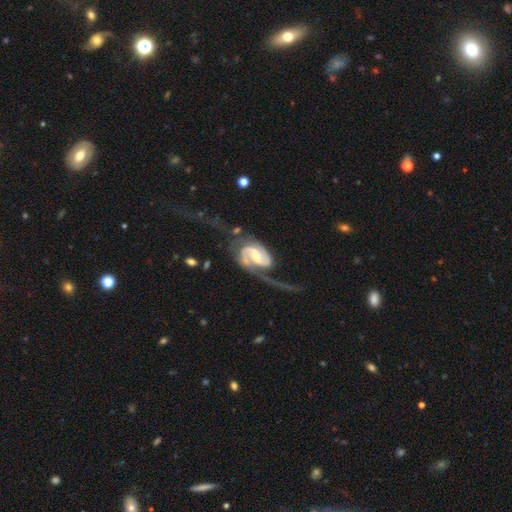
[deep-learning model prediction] smooth-or-featured: featured or disk: 90% | smooth: 5% | star or artifact: 4%
  disk-edge-on: no: 98% | yes: 2%
    bar: weak: 46% | strong: 31% | no: 23%
    has-spiral-arms: yes: 97% | no: 3%
      spiral-winding: medium: 44% | loose: 30% | tight: 26%
      spiral-arm-count: 2: 85% | 1: 8% | can't tell: 3% | 3: 2% | 4: 1% | more than 4: 1%
    bulge-size: moderate: 41% | small: 32% | large: 12% | none: 12% | dominant: 2%
  merging: major disturbance: 49% | none: 30% | minor disturbance: 16% | merger: 5%